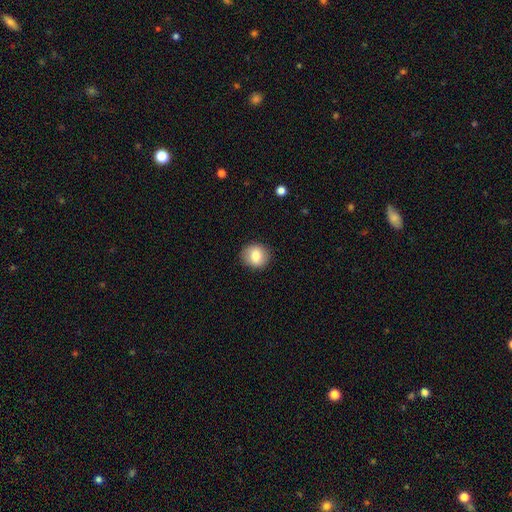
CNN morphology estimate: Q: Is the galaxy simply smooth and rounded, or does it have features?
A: smooth — 81%.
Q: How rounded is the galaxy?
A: round — 79%.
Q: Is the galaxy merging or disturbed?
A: none — 89%.